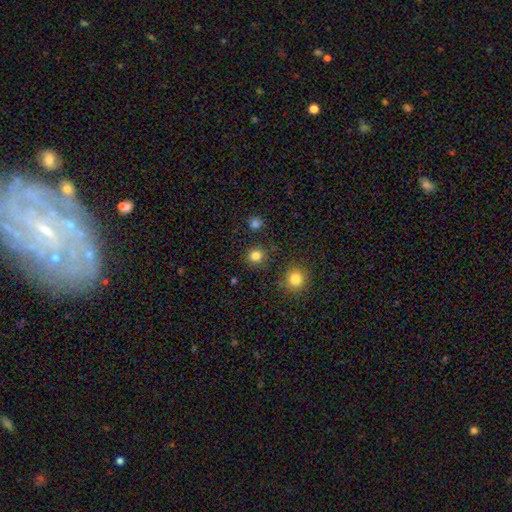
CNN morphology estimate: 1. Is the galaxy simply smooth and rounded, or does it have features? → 81% smooth, 14% star or artifact, 5% featured or disk.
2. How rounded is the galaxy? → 91% round, 8% in between, 1% cigar-shaped.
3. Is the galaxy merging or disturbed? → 88% none, 7% minor disturbance, 3% merger, 2% major disturbance.